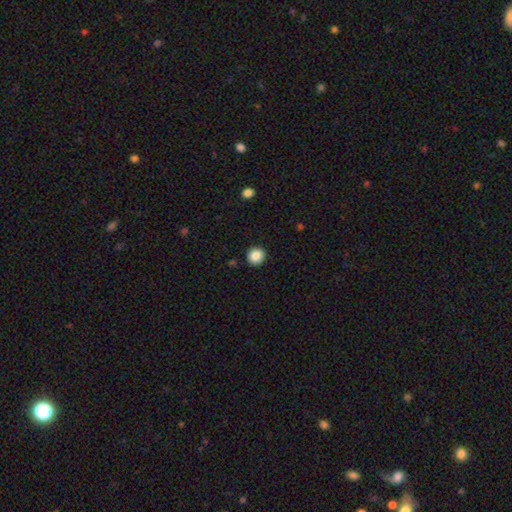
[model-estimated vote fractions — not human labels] Smooth or featured? smooth (87%)
How rounded? round (93%)
Merging? none (92%)